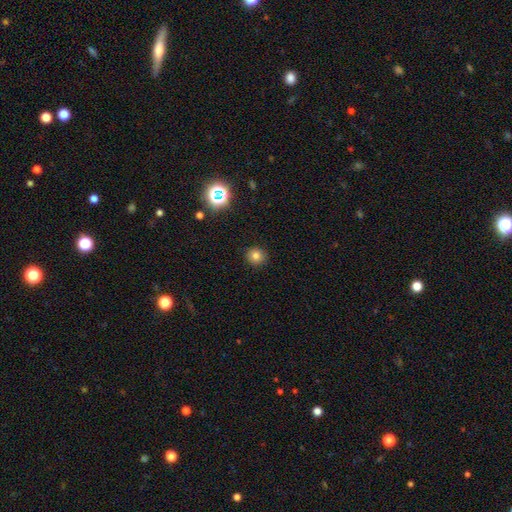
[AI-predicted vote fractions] The model was most divided on "smooth or featured": smooth: 77%, star or artifact: 16%, featured or disk: 7%. More confident: merging — none (91%); how rounded — round (90%).